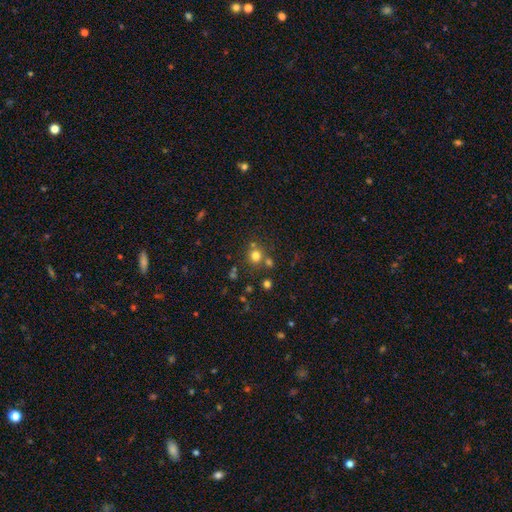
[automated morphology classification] Smooth or featured: smooth — 73% (star or artifact — 18%)
How rounded: round — 89% (in between — 10%)
Merging: none — 68% (merger — 19%)